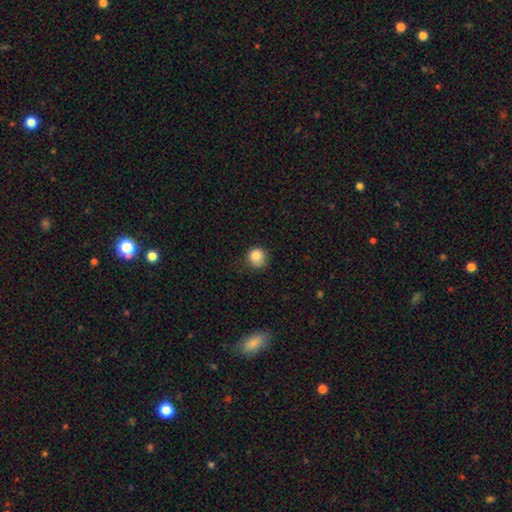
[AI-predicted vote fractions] Smooth or featured? smooth (83%)
How rounded? round (90%)
Merging? none (70%)